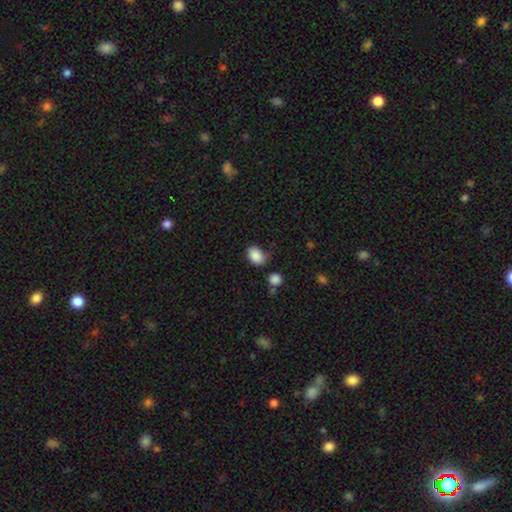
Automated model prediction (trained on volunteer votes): Smooth or featured: smooth — 87% (star or artifact — 8%)
How rounded: in between — 72% (round — 27%)
Merging: none — 63% (minor disturbance — 25%)